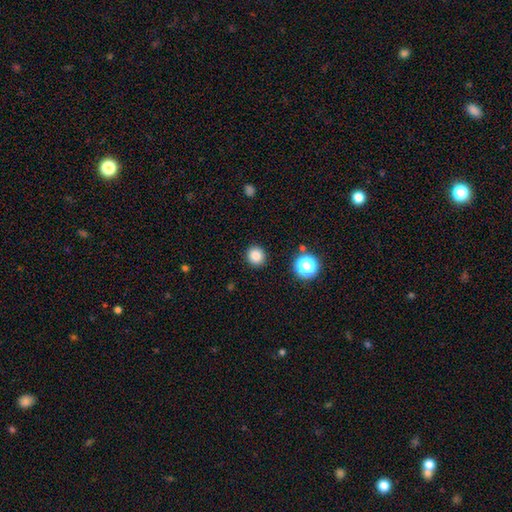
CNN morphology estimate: Smooth or featured: smooth — 84% (star or artifact — 12%)
How rounded: round — 87% (in between — 12%)
Merging: none — 91% (minor disturbance — 6%)